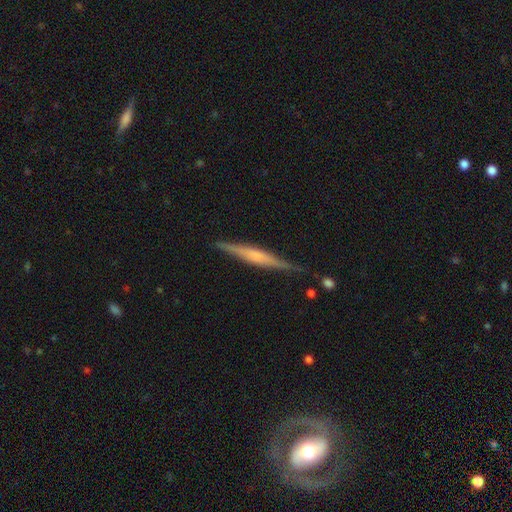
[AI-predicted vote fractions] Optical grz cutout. It shows a featured or disk galaxy (66%) viewed edge-on (97%) with a rounded central bulge (44%). Merging: none (83%).